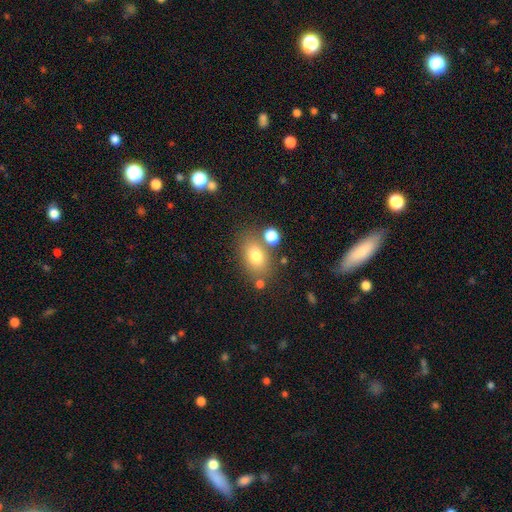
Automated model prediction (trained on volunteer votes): Smooth or featured: smooth — 77% (featured or disk — 12%)
How rounded: in between — 79% (round — 20%)
Merging: none — 71% (minor disturbance — 13%)